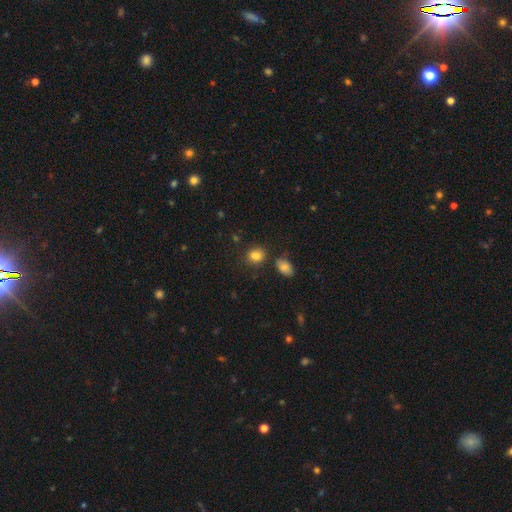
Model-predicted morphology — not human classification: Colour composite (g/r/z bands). It shows a smooth galaxy with no disk features (84%) that is round (53%). Merging: none (74%).